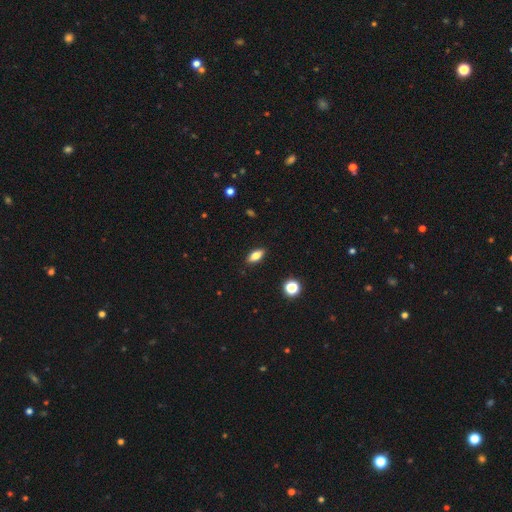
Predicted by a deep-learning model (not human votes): The model was most divided on "smooth or featured": smooth: 75%, featured or disk: 16%, star or artifact: 9%. More confident: merging — none (88%); how rounded — in between (80%).